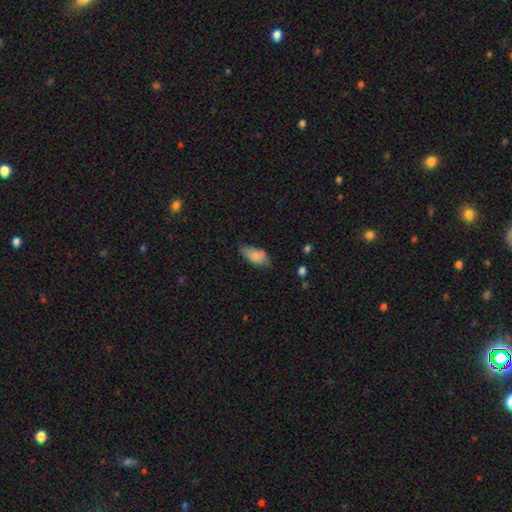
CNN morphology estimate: The model was most divided on "merging": none: 57%, minor disturbance: 32%, major disturbance: 7%, merger: 3%. More confident: how rounded — in between (90%); smooth or featured — smooth (81%).